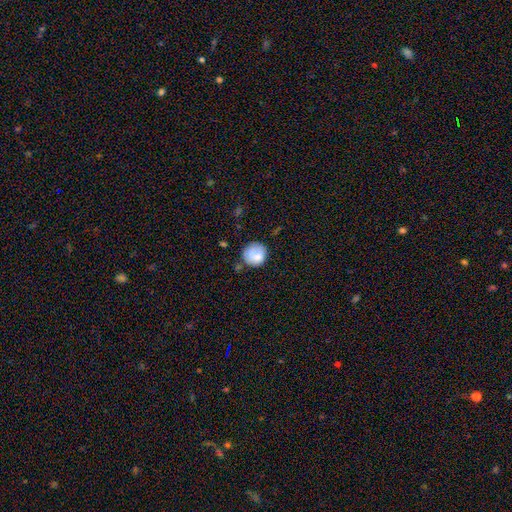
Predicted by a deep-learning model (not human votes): Morphology: type=smooth (80%); roundness=round (87%); merging=none (65%).